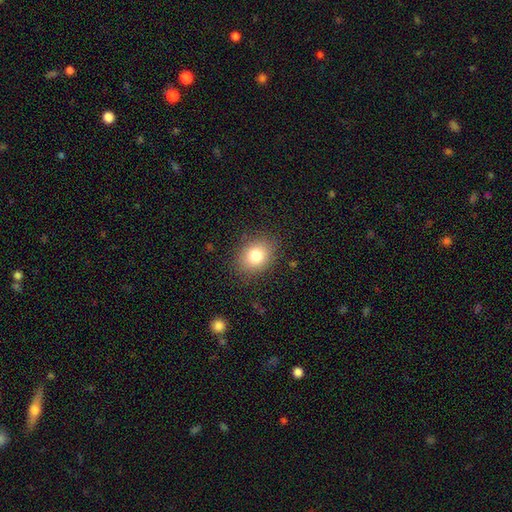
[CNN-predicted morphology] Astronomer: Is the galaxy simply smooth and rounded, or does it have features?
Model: smooth — 79%.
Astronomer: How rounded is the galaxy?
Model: in between — 52% (runner-up: round, 48%).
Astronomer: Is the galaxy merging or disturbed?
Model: none — 84%.